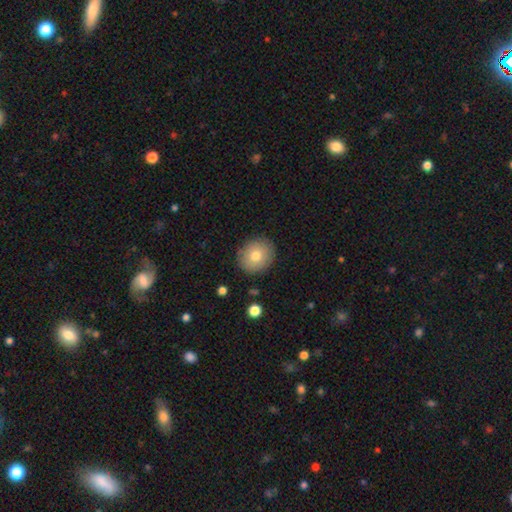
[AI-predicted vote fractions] smooth_or_featured: smooth (p=0.77) [alt: featured or disk p=0.14]
how_rounded: round (p=0.77) [alt: in between p=0.22]
merging: none (p=0.88) [alt: minor disturbance p=0.09]